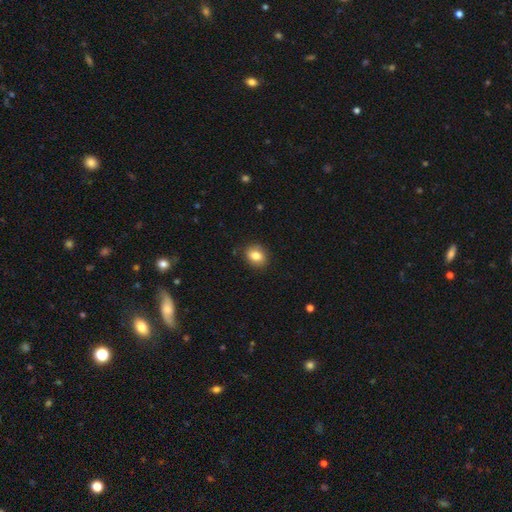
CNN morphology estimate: Overall: smooth (82%). How rounded: in between (55%; round 44%). Merging: none (86%).